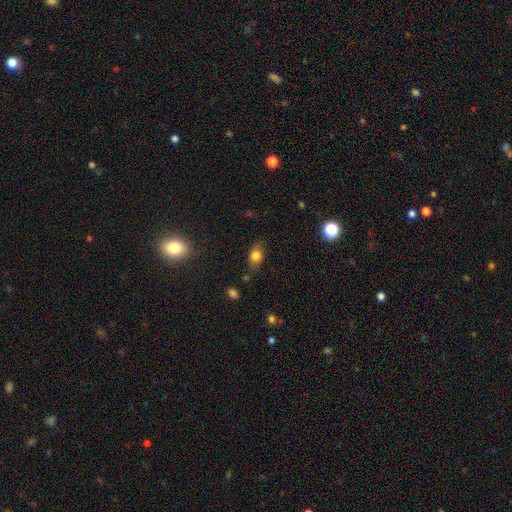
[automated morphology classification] Smooth or featured? smooth (78%)
How rounded? in between (76%)
Merging? none (77%)